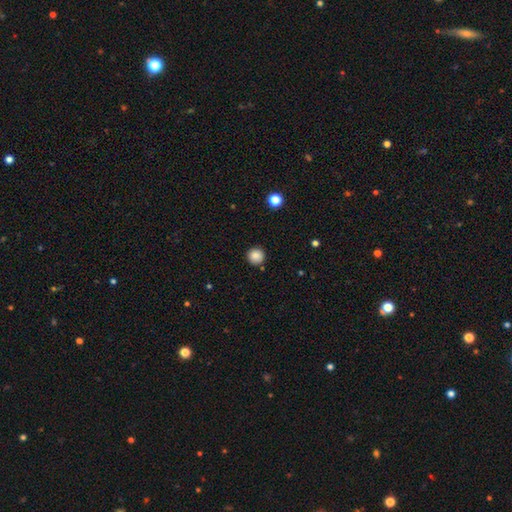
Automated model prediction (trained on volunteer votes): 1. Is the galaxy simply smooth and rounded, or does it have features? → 86% smooth, 10% star or artifact, 4% featured or disk.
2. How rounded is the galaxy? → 95% round, 4% in between, 1% cigar-shaped.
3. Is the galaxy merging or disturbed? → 90% none, 6% minor disturbance, 2% major disturbance, 2% merger.